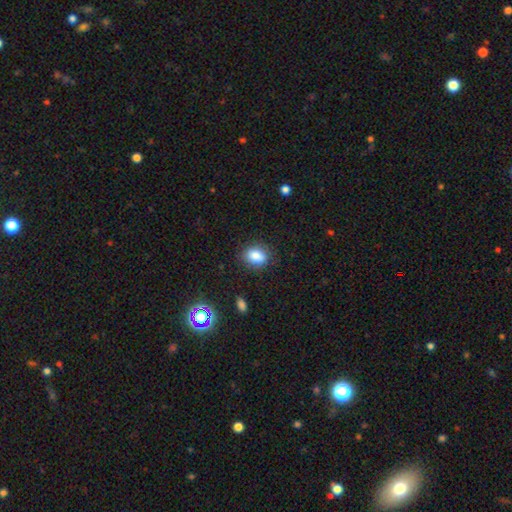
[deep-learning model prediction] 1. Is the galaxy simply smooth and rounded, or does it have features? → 84% smooth, 10% star or artifact, 6% featured or disk.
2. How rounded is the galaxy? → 66% in between, 32% round, 1% cigar-shaped.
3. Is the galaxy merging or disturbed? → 81% none, 14% minor disturbance, 4% major disturbance, 2% merger.